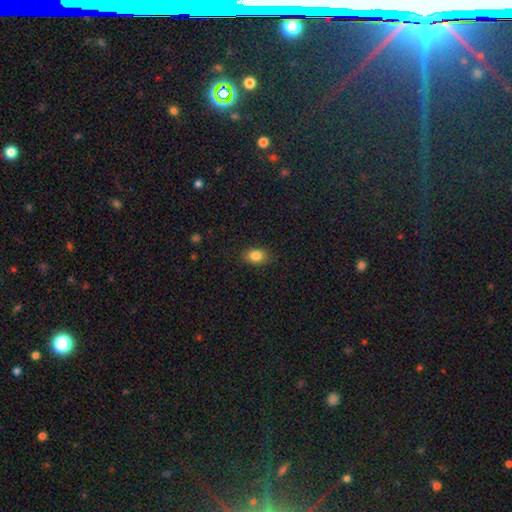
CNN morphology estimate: smooth 85%, star or artifact 9%, featured or disk 6%. Down the decision tree: how rounded — in between (73%); merging — none (85%).